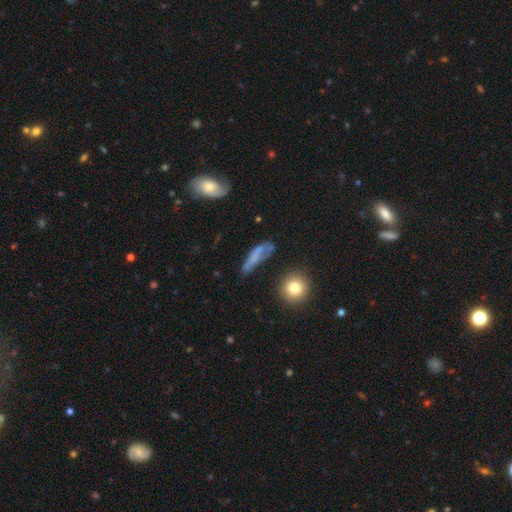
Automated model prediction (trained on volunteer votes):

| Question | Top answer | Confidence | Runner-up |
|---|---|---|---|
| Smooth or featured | smooth | 51% | featured or disk (37%) |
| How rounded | cigar-shaped | 58% | in between (35%) |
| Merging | none | 42% | minor disturbance (26%) |